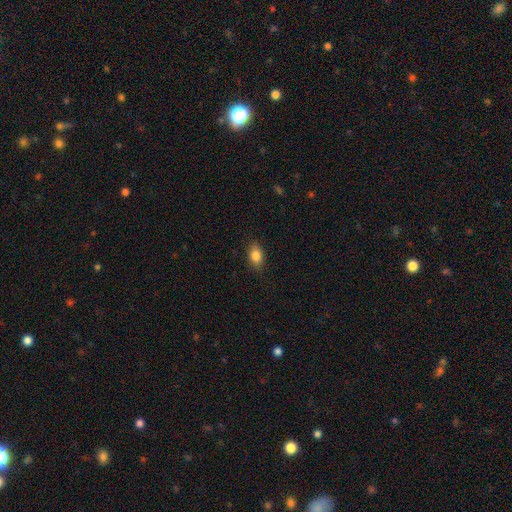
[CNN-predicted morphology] This is clearly a smooth galaxy (84%). How rounded: clearly in between (85%). Merging: clearly none (87%).